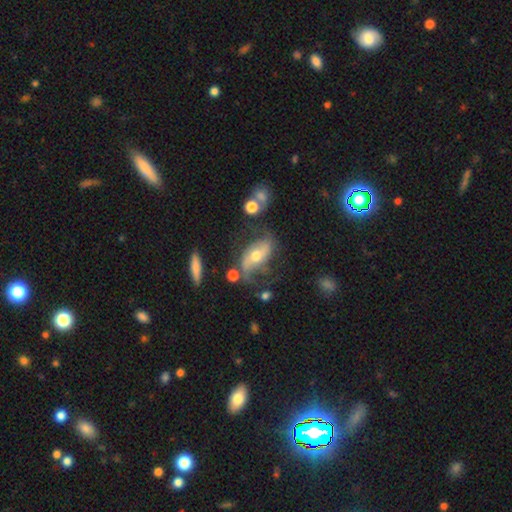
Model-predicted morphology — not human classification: Smooth or featured?
  - featured or disk: 69% *
  - smooth: 23%
  - star or artifact: 8%
Edge-on disk?
  - no: 91% *
  - yes: 9%
Bar?
  - no: 42% *
  - weak: 32%
  - strong: 26%
Spiral arms?
  - yes: 86% *
  - no: 14%
Spiral winding?
  - loose: 66% *
  - medium: 25%
  - tight: 9%
Spiral arm count?
  - 2: 83% *
  - can't tell: 7%
  - 1: 6%
  - 3: 2%
  - 4: 1%
  - more than 4: 1%
Bulge size?
  - moderate: 66% *
  - small: 25%
  - large: 6%
  - none: 1%
  - dominant: 1%
Merging?
  - none: 49% *
  - minor disturbance: 22%
  - major disturbance: 20%
  - merger: 9%